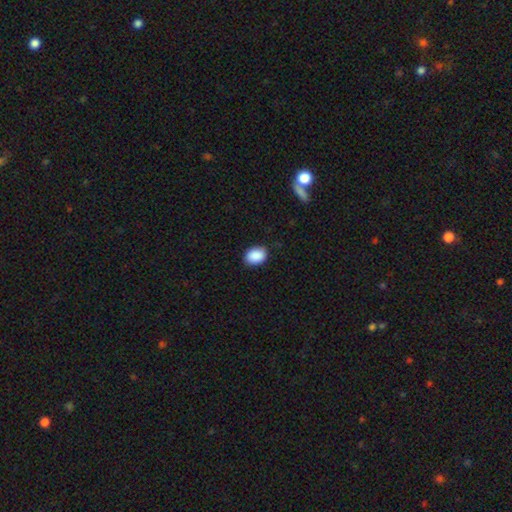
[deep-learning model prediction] Smooth or featured: smooth — 90% (star or artifact — 7%)
How rounded: in between — 76% (round — 23%)
Merging: none — 85% (minor disturbance — 11%)